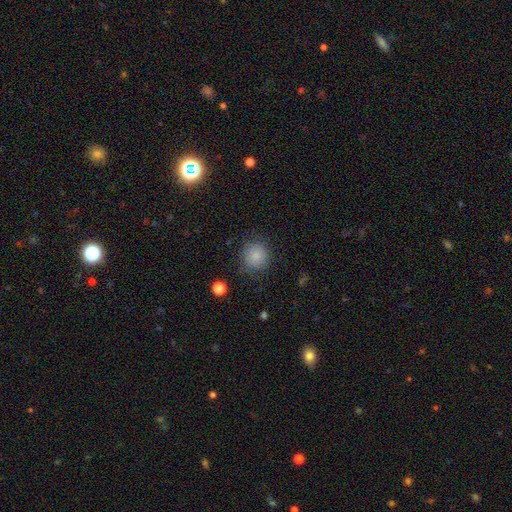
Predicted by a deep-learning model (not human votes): Morphology: type=smooth (86%); roundness=round (90%); merging=none (83%).